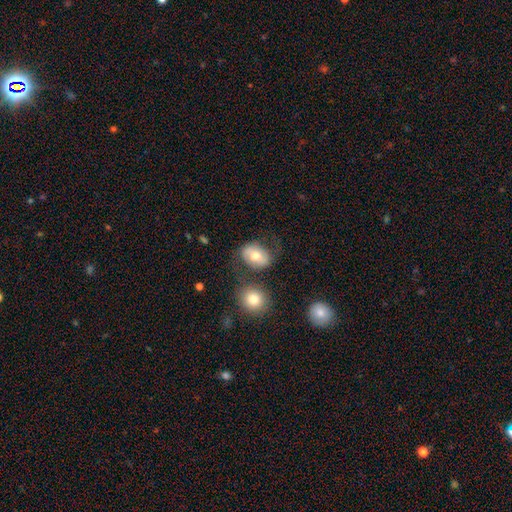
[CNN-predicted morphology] Smooth or featured: smooth — 58% (featured or disk — 34%)
How rounded: in between — 62% (round — 37%)
Merging: none — 59% (minor disturbance — 19%)